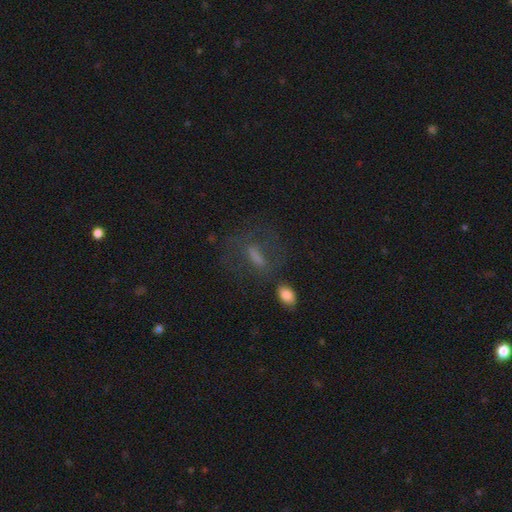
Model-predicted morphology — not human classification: type=smooth (49%); merging=none (53%).